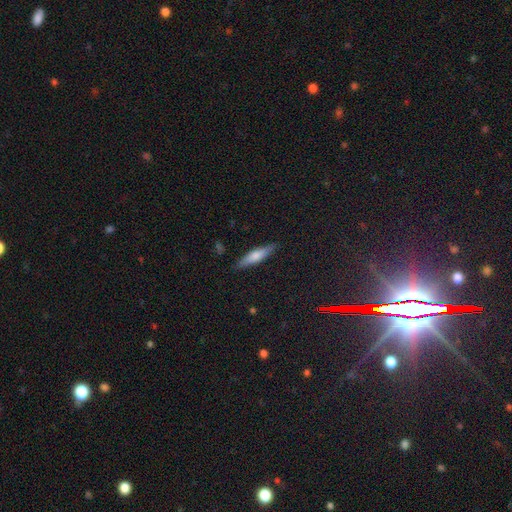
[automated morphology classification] Smooth or featured?
  - smooth: 60% *
  - featured or disk: 34%
  - star or artifact: 6%
How rounded?
  - cigar-shaped: 79% *
  - in between: 19%
  - round: 2%
Merging?
  - none: 88% *
  - minor disturbance: 9%
  - major disturbance: 2%
  - merger: 1%